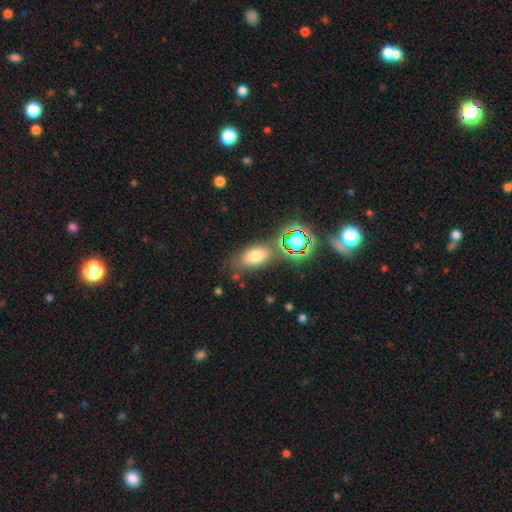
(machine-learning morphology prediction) Smooth or featured?
  - smooth: 69% *
  - star or artifact: 17%
  - featured or disk: 14%
How rounded?
  - in between: 83% *
  - round: 12%
  - cigar-shaped: 6%
Merging?
  - none: 70% *
  - minor disturbance: 14%
  - merger: 10%
  - major disturbance: 5%